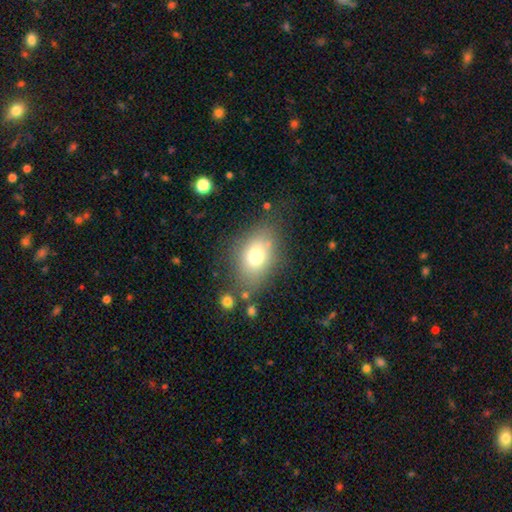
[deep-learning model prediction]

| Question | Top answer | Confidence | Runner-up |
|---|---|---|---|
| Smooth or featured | smooth | 72% | featured or disk (16%) |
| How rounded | in between | 74% | round (25%) |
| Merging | none | 72% | minor disturbance (16%) |